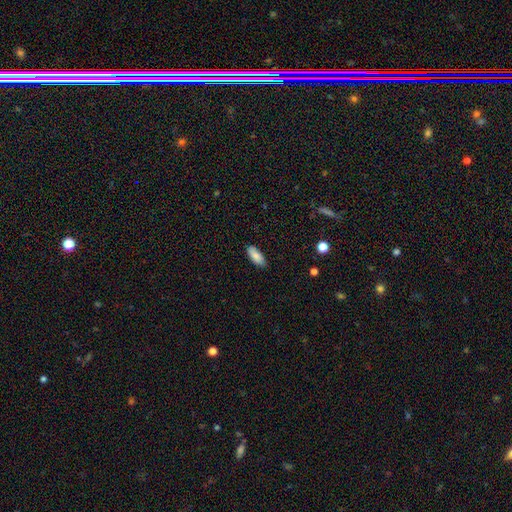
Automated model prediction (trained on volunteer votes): Overall: smooth (86%). How rounded: in between (83%). Merging: none (86%).